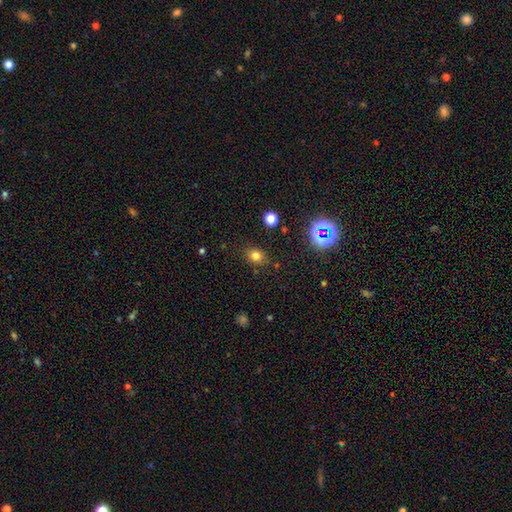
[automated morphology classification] Smooth or featured? Predicted: smooth (p=0.76). How rounded? Predicted: round (p=0.54). Merging? Predicted: none (p=0.82).